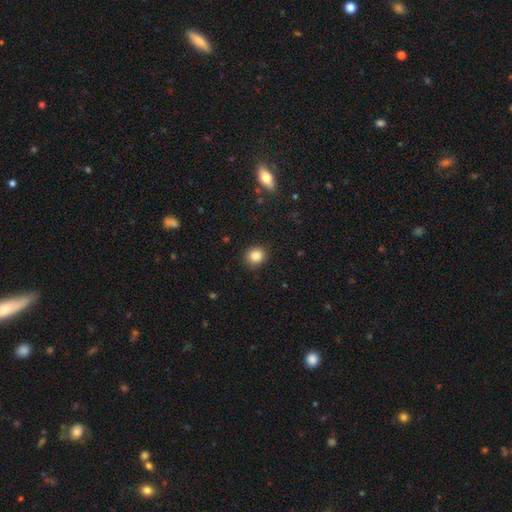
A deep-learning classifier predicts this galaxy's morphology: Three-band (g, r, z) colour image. It shows a smooth galaxy with no disk features (86%) that is round (80%). Merging: none (87%).